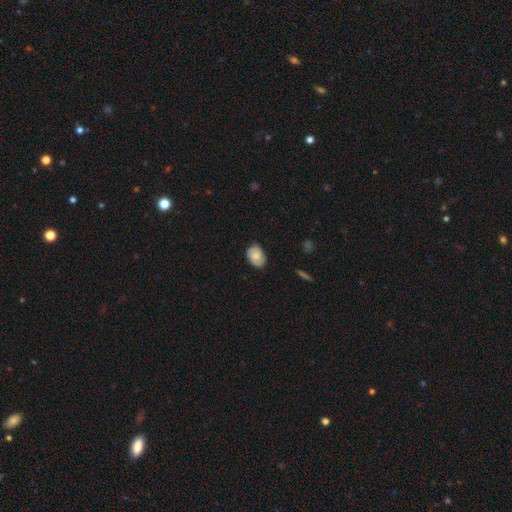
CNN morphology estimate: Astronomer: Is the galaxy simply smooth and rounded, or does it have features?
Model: smooth — 63%.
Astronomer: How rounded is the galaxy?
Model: in between — 75%.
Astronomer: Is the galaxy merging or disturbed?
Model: none — 76%.